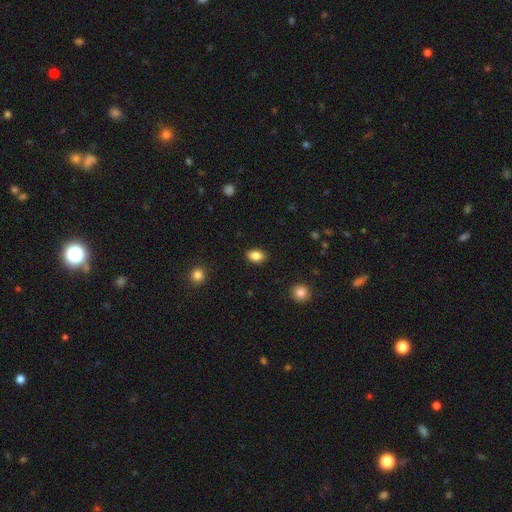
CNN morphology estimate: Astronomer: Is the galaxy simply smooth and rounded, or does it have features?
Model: smooth — 86%.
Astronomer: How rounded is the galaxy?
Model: in between — 81%.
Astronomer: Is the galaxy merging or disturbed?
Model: none — 89%.